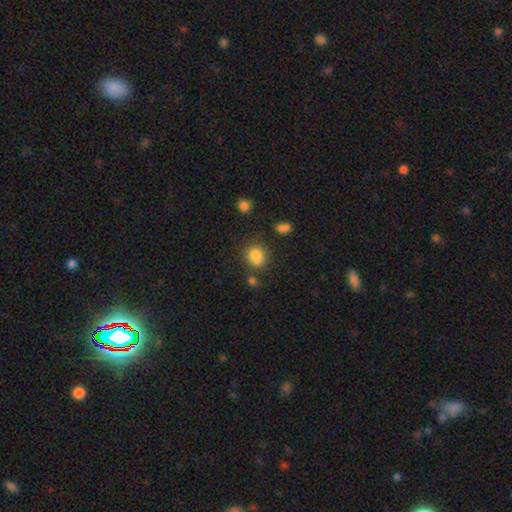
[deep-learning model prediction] This is clearly a smooth galaxy (83%). How rounded: likely round (71%). Merging: likely none (66%).